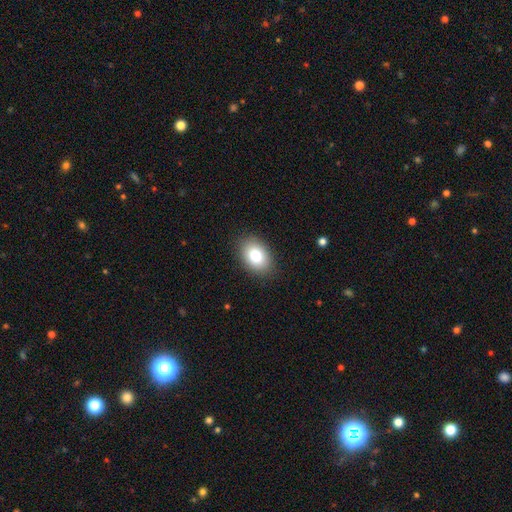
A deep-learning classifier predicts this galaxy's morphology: Q: Smooth or featured?
A: smooth (83%); runner-up: featured or disk (8%)
Q: How rounded?
A: in between (83%); runner-up: round (16%)
Q: Merging?
A: none (87%); runner-up: minor disturbance (9%)